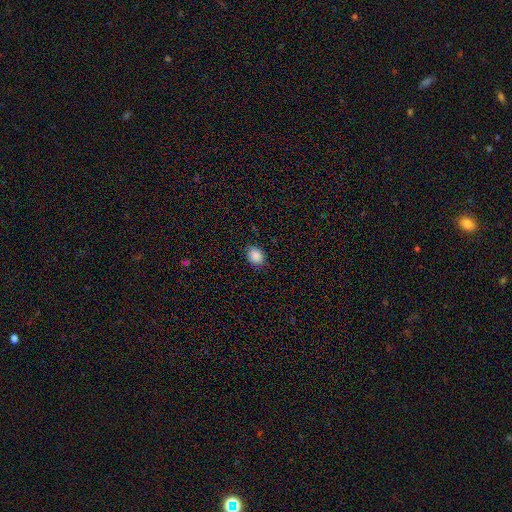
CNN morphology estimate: A smooth galaxy with no disk features (88%) that is in between round and cigar-shaped (61%).

Vote fractions:
- Smooth or featured? smooth: 88% / star or artifact: 8% / featured or disk: 4%
- How rounded? in between: 61% / round: 38% / cigar-shaped: 1%
- Merging? none: 85% / minor disturbance: 12% / major disturbance: 3% / merger: 1%